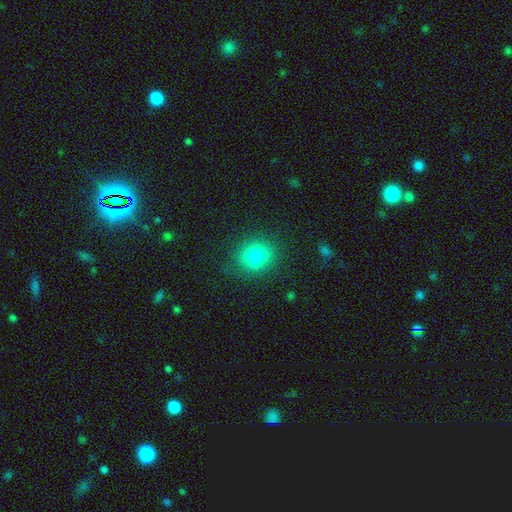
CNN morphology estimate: Smooth or featured? Predicted: smooth (p=0.78). How rounded? Predicted: round (p=0.66). Merging? Predicted: none (p=0.71).